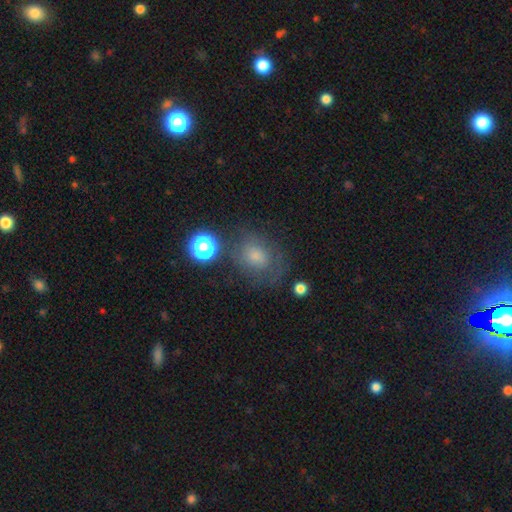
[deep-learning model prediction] smooth_or_featured: smooth (p=0.66) [alt: featured or disk p=0.19]
how_rounded: round (p=0.56) [alt: in between p=0.43]
merging: none (p=0.54) [alt: minor disturbance p=0.23]